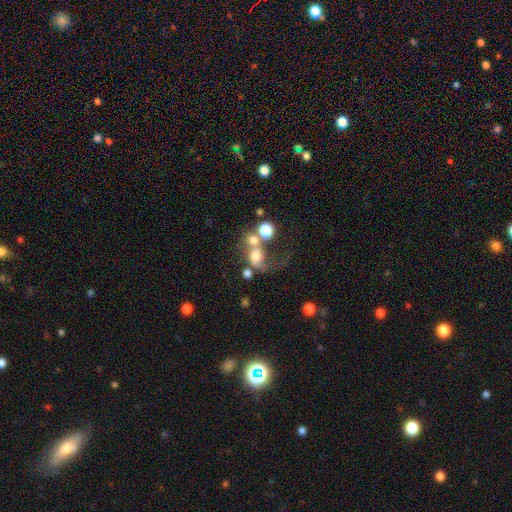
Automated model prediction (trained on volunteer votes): Overall: smooth (51%; featured or disk 34%). How rounded: round (56%; in between 42%). Merging: merger (49%; major disturbance 24%).